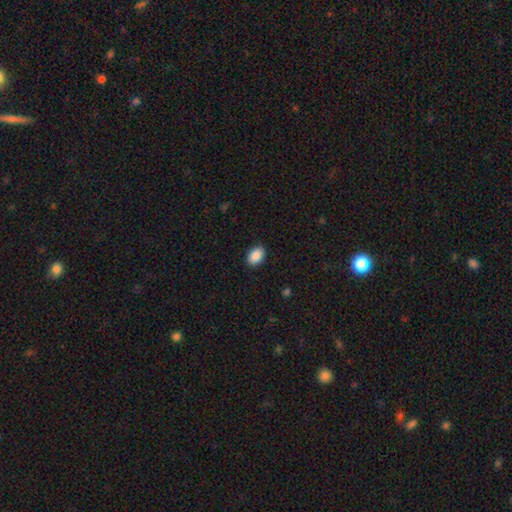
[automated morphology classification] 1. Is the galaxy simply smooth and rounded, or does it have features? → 90% smooth, 7% star or artifact, 3% featured or disk.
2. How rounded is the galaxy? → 86% in between, 13% round, 1% cigar-shaped.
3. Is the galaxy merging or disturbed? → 90% none, 8% minor disturbance, 2% major disturbance, 1% merger.